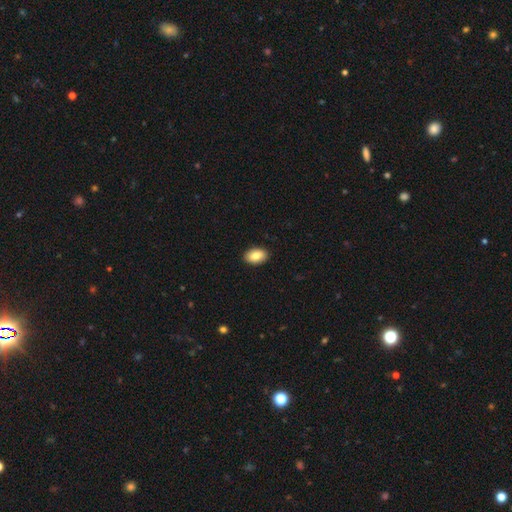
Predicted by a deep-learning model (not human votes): Smooth or featured?
  - smooth: 84% *
  - featured or disk: 9%
  - star or artifact: 7%
How rounded?
  - in between: 89% *
  - round: 10%
  - cigar-shaped: 1%
Merging?
  - none: 91% *
  - minor disturbance: 6%
  - major disturbance: 2%
  - merger: 1%